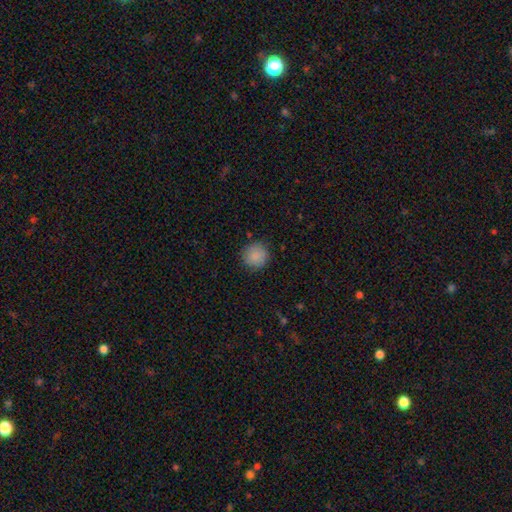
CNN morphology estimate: Smooth or featured?
  - smooth: 87% *
  - star or artifact: 8%
  - featured or disk: 5%
How rounded?
  - round: 93% *
  - in between: 6%
  - cigar-shaped: 1%
Merging?
  - none: 86% *
  - minor disturbance: 10%
  - major disturbance: 3%
  - merger: 1%